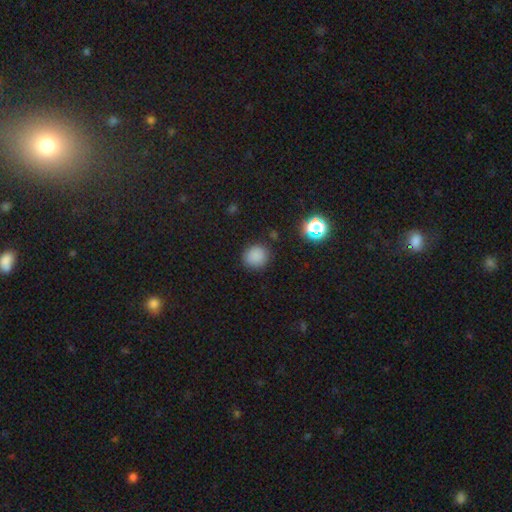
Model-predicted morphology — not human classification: smooth-or-featured: smooth: 82% | star or artifact: 14% | featured or disk: 4%
  how-rounded: round: 87% | in between: 12% | cigar-shaped: 1%
  merging: none: 86% | minor disturbance: 9% | major disturbance: 3% | merger: 2%